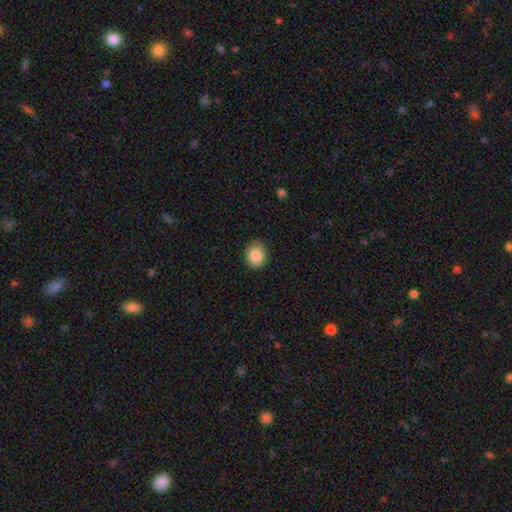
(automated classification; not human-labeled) This appears to be a smooth galaxy with no disk features (86%) that is round (59%). Merging: none (83%).